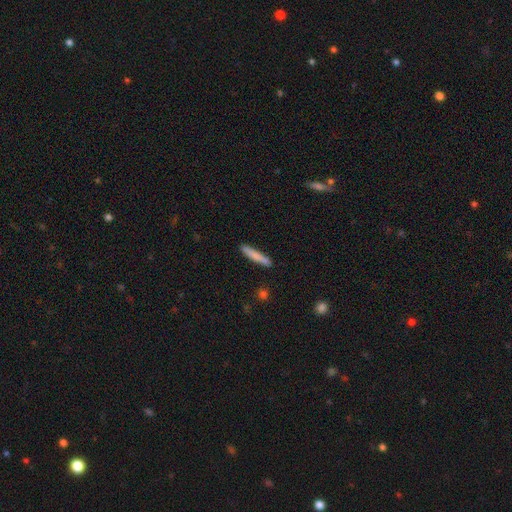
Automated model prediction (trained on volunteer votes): smooth-or-featured: smooth: 78% | featured or disk: 16% | star or artifact: 6%
  how-rounded: cigar-shaped: 93% | in between: 5% | round: 1%
  merging: none: 87% | minor disturbance: 9% | major disturbance: 2% | merger: 2%